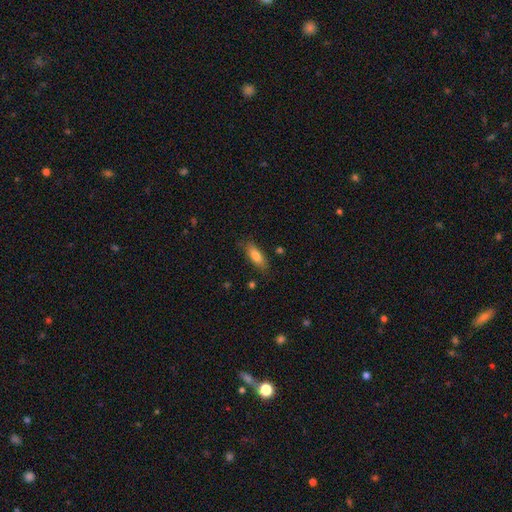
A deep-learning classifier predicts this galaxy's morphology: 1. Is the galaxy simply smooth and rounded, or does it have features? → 78% smooth, 15% featured or disk, 7% star or artifact.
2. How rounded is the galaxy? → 69% in between, 29% cigar-shaped, 2% round.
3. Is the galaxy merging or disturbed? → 81% none, 14% minor disturbance, 3% major disturbance, 2% merger.